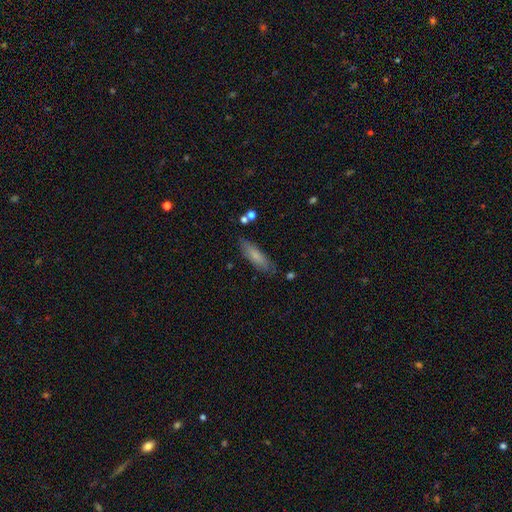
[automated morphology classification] Q: Smooth or featured?
A: smooth (71%); runner-up: featured or disk (22%)
Q: How rounded?
A: cigar-shaped (64%); runner-up: in between (34%)
Q: Merging?
A: none (77%); runner-up: minor disturbance (17%)